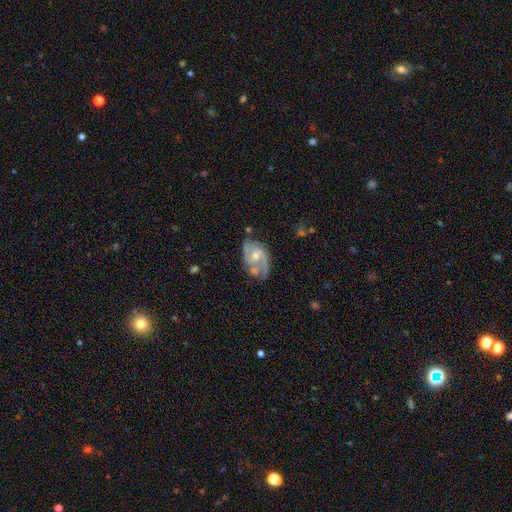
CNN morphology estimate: Q: Smooth or featured?
A: featured or disk (84%); runner-up: smooth (11%)
Q: Edge-on disk?
A: no (97%); runner-up: yes (3%)
Q: Bar?
A: no (49%); runner-up: weak (43%)
Q: Spiral arms?
A: yes (95%); runner-up: no (5%)
Q: Spiral winding?
A: medium (54%); runner-up: tight (26%)
Q: Spiral arm count?
A: 2 (77%); runner-up: 3 (9%)
Q: Bulge size?
A: moderate (50%); runner-up: small (45%)
Q: Merging?
A: none (58%); runner-up: minor disturbance (25%)